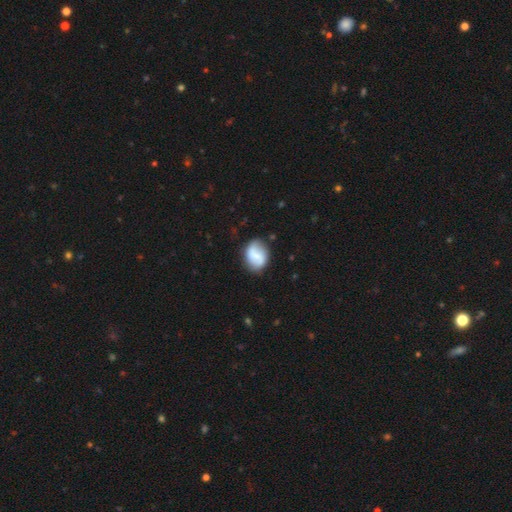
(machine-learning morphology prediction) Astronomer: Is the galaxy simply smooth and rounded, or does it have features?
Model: smooth — 53% (runner-up: featured or disk, 40%).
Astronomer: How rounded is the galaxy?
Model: in between — 59% (runner-up: round, 39%).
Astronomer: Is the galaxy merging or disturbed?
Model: none — 73%.